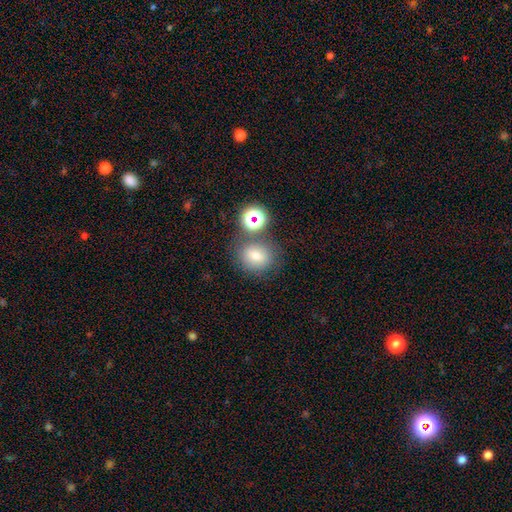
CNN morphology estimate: A smooth galaxy with no disk features (69%) that is round (70%).

Vote fractions:
- Smooth or featured? smooth: 69% / star or artifact: 19% / featured or disk: 13%
- How rounded? round: 70% / in between: 29% / cigar-shaped: 1%
- Merging? none: 68% / merger: 15% / minor disturbance: 12% / major disturbance: 5%